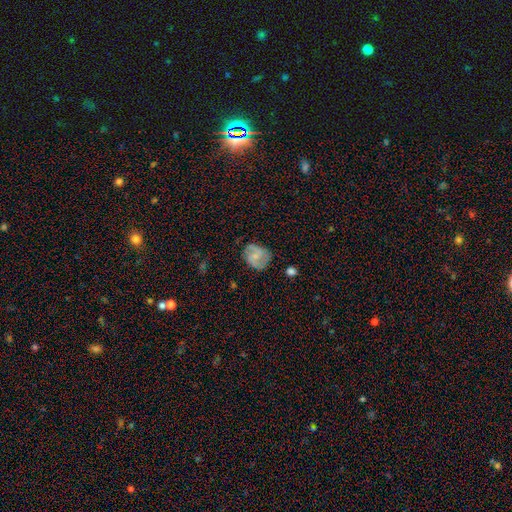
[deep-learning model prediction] smooth_or_featured: featured or disk (p=0.48) [alt: smooth p=0.44]
merging: none (p=0.64) [alt: minor disturbance p=0.25]